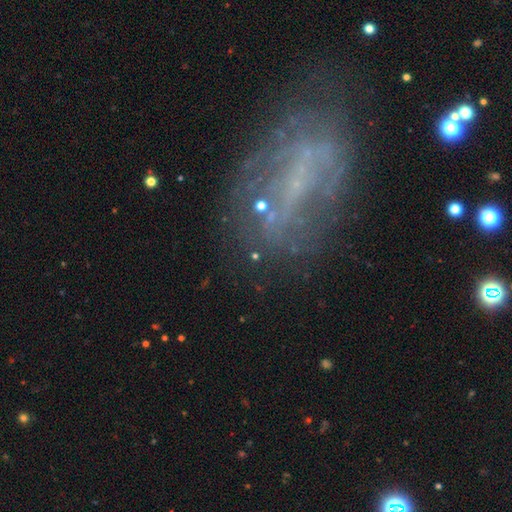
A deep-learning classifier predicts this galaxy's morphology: Smooth or featured?
  - featured or disk: 59% *
  - star or artifact: 24%
  - smooth: 17%
Edge-on disk?
  - no: 95% *
  - yes: 5%
Bar?
  - no: 56% *
  - weak: 27%
  - strong: 17%
Spiral arms?
  - yes: 60% *
  - no: 40%
Bulge size?
  - small: 59% *
  - none: 28%
  - moderate: 9%
  - large: 2%
  - dominant: 2%
Merging?
  - none: 64% *
  - minor disturbance: 17%
  - major disturbance: 15%
  - merger: 4%